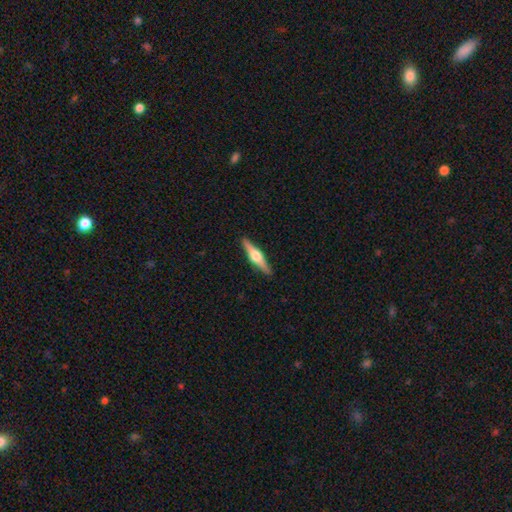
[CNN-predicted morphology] The model was most divided on "smooth or featured": featured or disk: 70%, smooth: 25%, star or artifact: 5%. More confident: edge-on disk — yes (97%); edge-on bulge — rounded (95%); merging — none (91%).